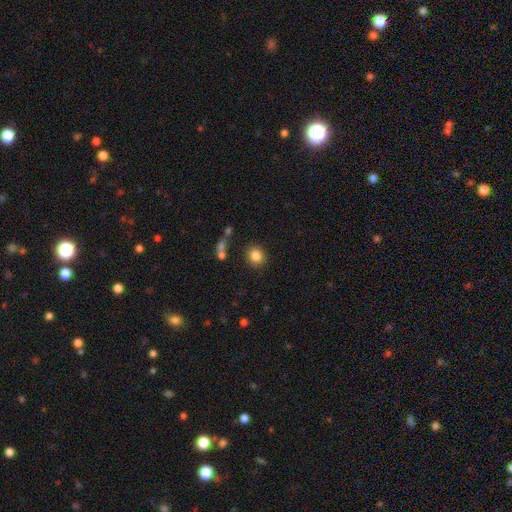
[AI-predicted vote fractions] smooth 84%, star or artifact 10%, featured or disk 6%. Down the decision tree: how rounded — round (74%); merging — none (83%).